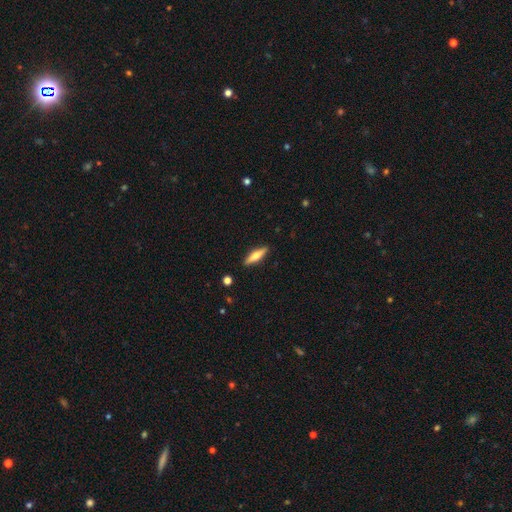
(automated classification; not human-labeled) A smooth galaxy with no disk features (50%) that is cigar-shaped (70%). Merging: none (90%).